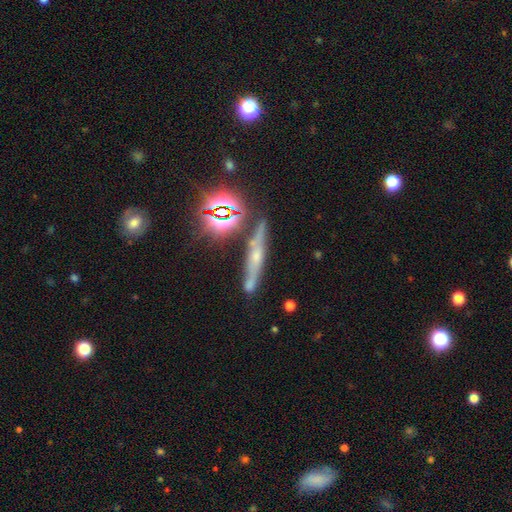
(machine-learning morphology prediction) Smooth or featured? featured or disk (43%)
Merging? none (73%)